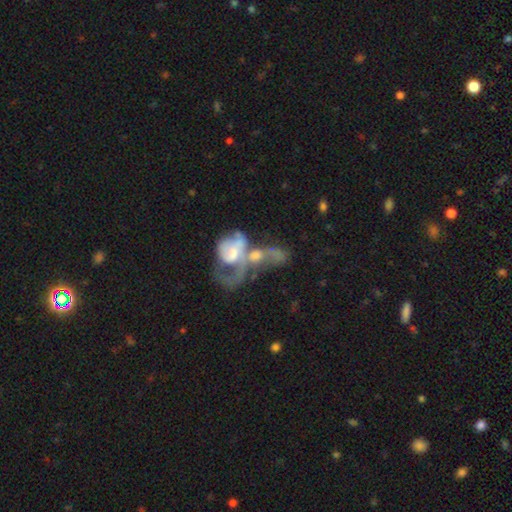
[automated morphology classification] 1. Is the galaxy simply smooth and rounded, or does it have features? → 66% featured or disk, 26% smooth, 9% star or artifact.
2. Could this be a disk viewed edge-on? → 96% no, 4% yes.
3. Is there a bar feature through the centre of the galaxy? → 64% no, 29% weak, 7% strong.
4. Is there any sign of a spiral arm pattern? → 60% yes, 40% no.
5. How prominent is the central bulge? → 51% moderate, 27% small, 10% large, 10% none, 2% dominant.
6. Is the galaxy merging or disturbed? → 68% merger, 18% major disturbance, 8% none, 5% minor disturbance.